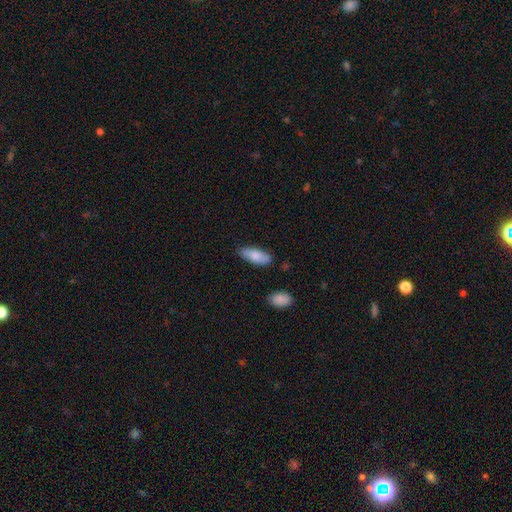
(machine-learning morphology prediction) The model was most divided on "how rounded": in between: 72%, cigar-shaped: 26%, round: 2%. More confident: smooth or featured — smooth (82%); merging — none (80%).